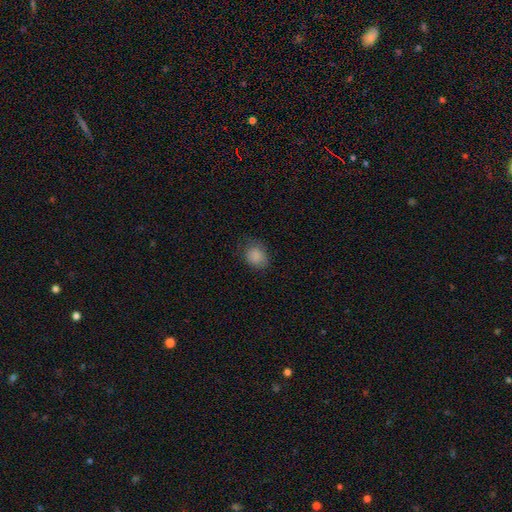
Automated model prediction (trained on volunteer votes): This is clearly a smooth galaxy (87%). How rounded: possibly round (53%). Merging: likely none (73%).